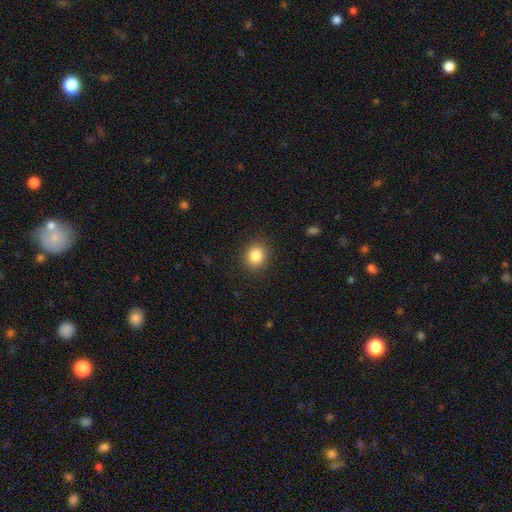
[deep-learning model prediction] Q: Smooth or featured?
A: smooth (85%); runner-up: star or artifact (10%)
Q: How rounded?
A: round (79%); runner-up: in between (20%)
Q: Merging?
A: none (90%); runner-up: minor disturbance (7%)